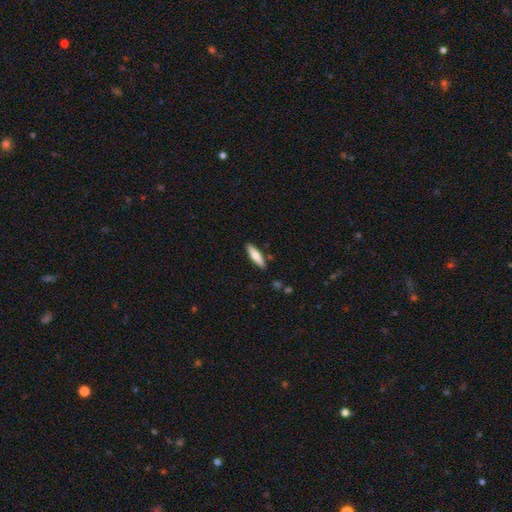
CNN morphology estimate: Overall: smooth (69%). How rounded: cigar-shaped (68%; in between 30%). Merging: none (87%).